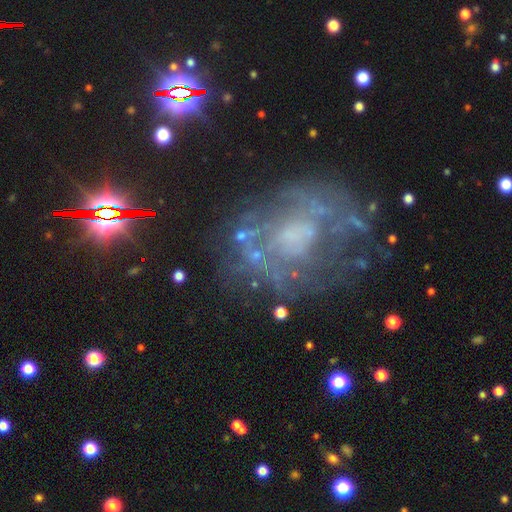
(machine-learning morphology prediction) type=featured or disk (53%); edge-on=no (97%); bar=no (77%); spiral arms=yes (54%); bulge=none (45%); merging=none (54%).